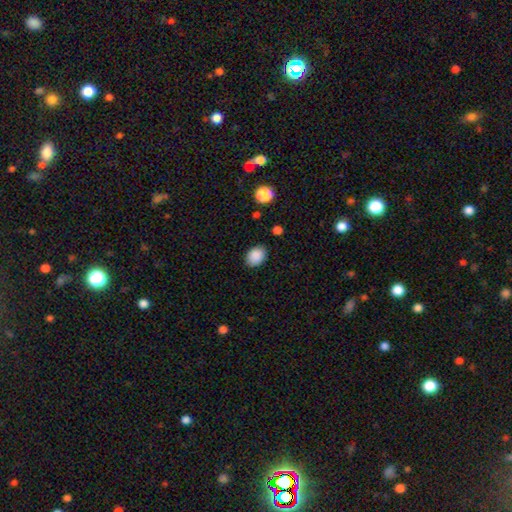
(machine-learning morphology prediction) Smooth or featured? Predicted: smooth (p=0.88). How rounded? Predicted: in between (p=0.67). Merging? Predicted: none (p=0.84).